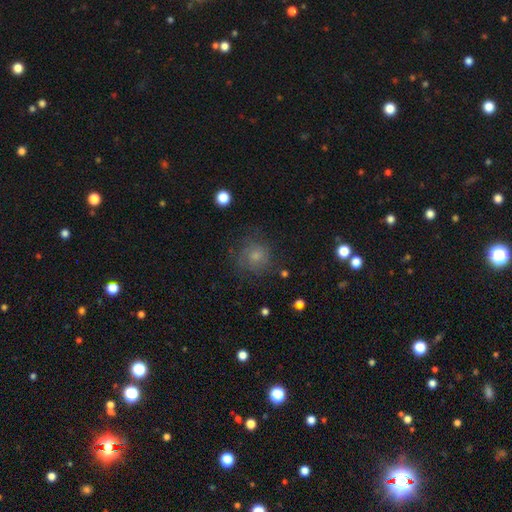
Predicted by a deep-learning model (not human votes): A smooth galaxy with no disk features (61%) that is round (87%). Merging: none (69%).